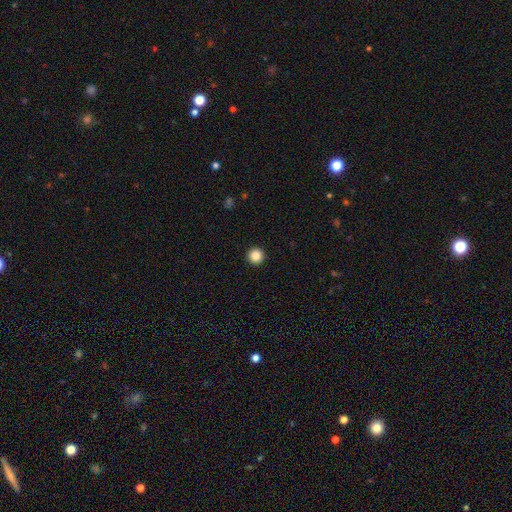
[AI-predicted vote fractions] This is clearly a smooth galaxy (85%). How rounded: clearly round (97%). Merging: clearly none (94%).